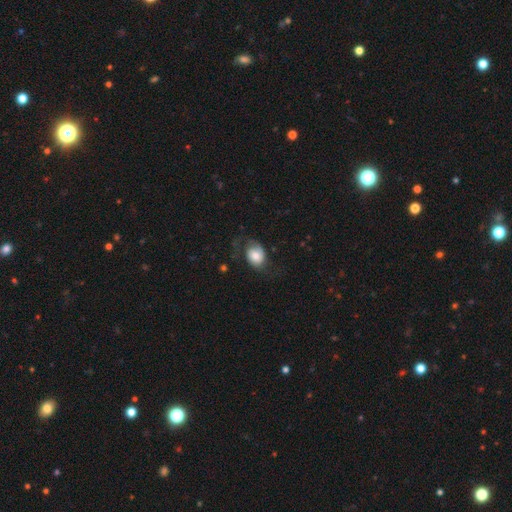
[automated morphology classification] Smooth or featured?
  - smooth: 57% *
  - featured or disk: 35%
  - star or artifact: 8%
How rounded?
  - in between: 61% *
  - round: 38%
  - cigar-shaped: 1%
Merging?
  - none: 50% *
  - minor disturbance: 25%
  - major disturbance: 24%
  - merger: 2%